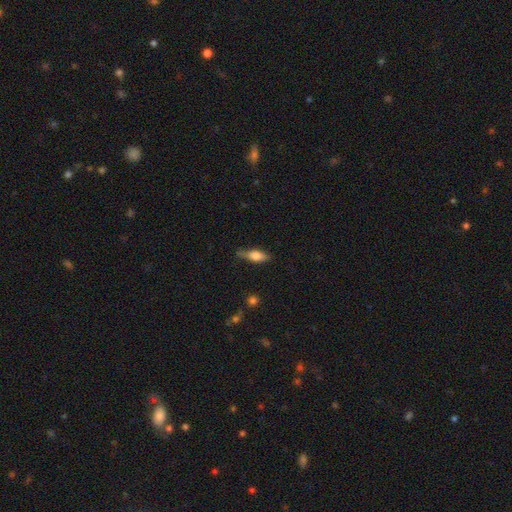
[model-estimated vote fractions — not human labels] Smooth or featured? Predicted: smooth (p=0.66). How rounded? Predicted: in between (p=0.62). Merging? Predicted: none (p=0.64).